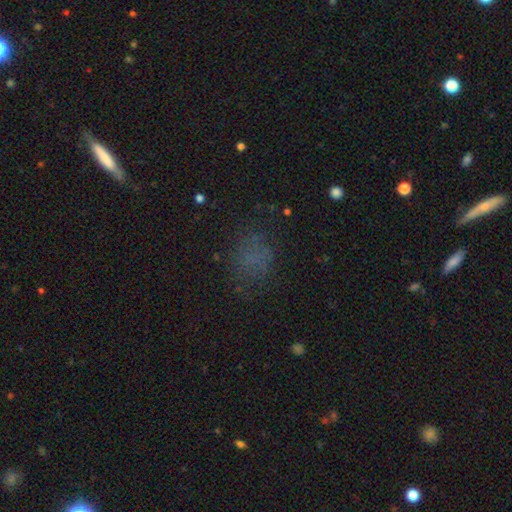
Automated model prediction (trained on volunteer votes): This is possibly a smooth galaxy (59%). How rounded: possibly round (49%). Merging: likely none (71%).